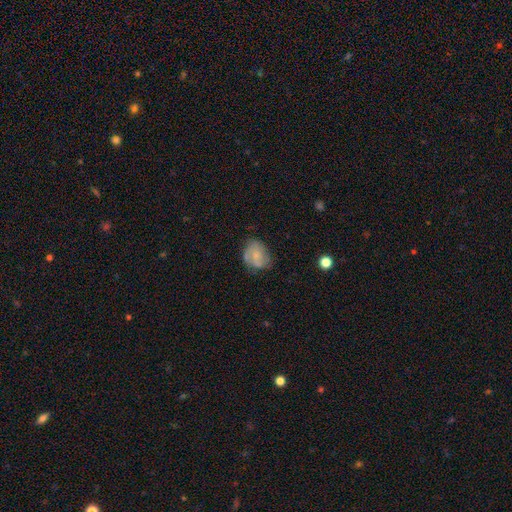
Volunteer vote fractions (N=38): smooth_or_featured: featured or disk (p=0.47) [alt: smooth p=0.45]
disk_edge_on: no (p=1.00)
bar: no (p=0.83) [alt: weak p=0.17]
has_spiral_arms: yes (p=0.61) [alt: no p=0.39]
spiral_winding: tight (p=0.45) [alt: medium p=0.27]
spiral_arm_count: can't tell (p=0.73) [alt: 2 p=0.18]
bulge_size: small (p=0.44) [alt: moderate p=0.39]
merging: minor disturbance (p=0.46) [alt: none p=0.34]